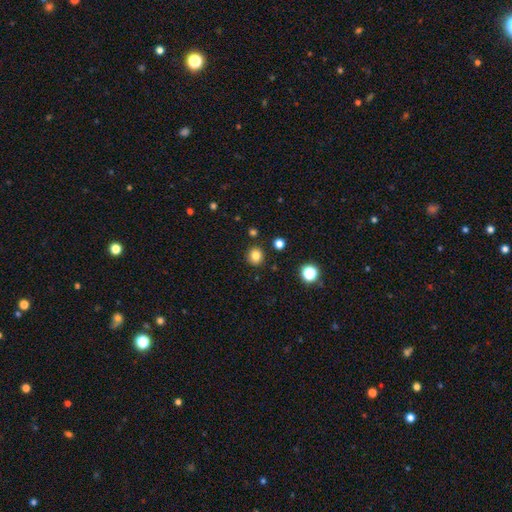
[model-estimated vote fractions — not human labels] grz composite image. It shows a smooth galaxy with no disk features (82%) that is round (90%). Merging: none (89%).